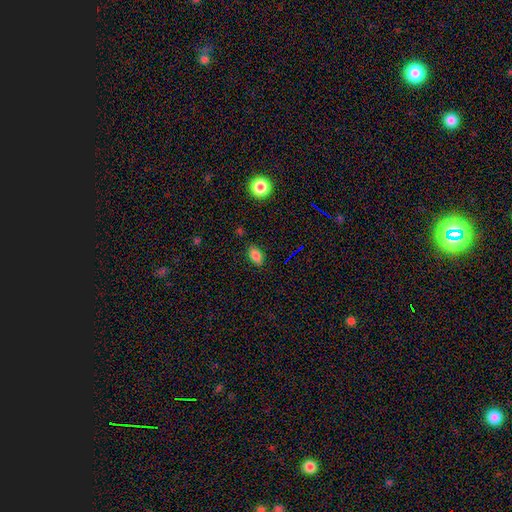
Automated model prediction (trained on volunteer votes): The model was most divided on "smooth or featured": smooth: 82%, star or artifact: 11%, featured or disk: 6%. More confident: how rounded — in between (87%); merging — none (84%).